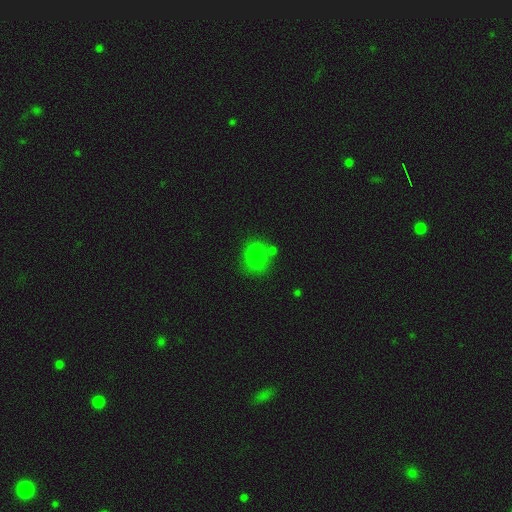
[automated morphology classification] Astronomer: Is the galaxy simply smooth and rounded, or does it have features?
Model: smooth — 80%.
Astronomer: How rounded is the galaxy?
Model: round — 54% (runner-up: in between, 44%).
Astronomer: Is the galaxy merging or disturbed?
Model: none — 63%.